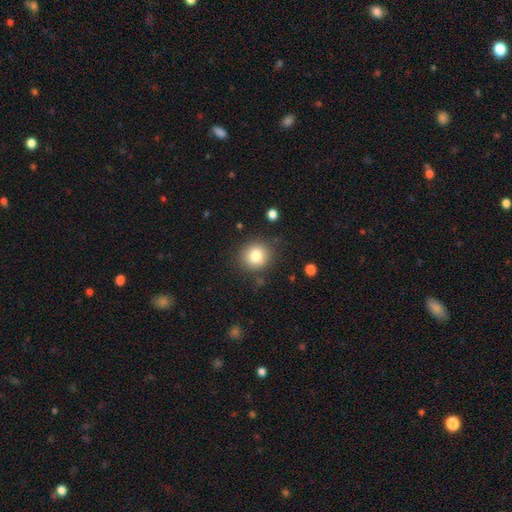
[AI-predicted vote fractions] smooth_or_featured: smooth (p=0.81) [alt: star or artifact p=0.11]
how_rounded: round (p=0.88) [alt: in between p=0.12]
merging: none (p=0.84) [alt: minor disturbance p=0.10]